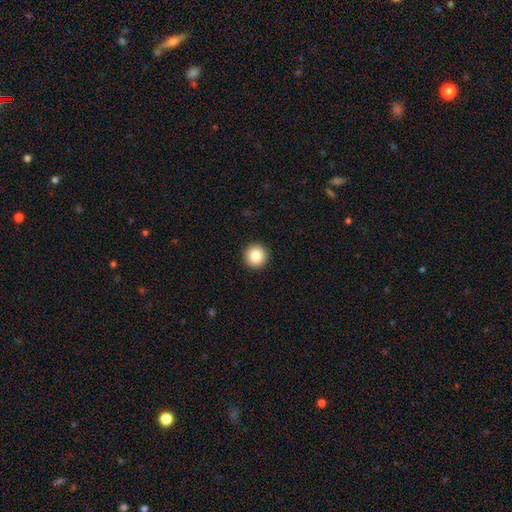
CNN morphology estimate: Smooth or featured? Predicted: smooth (p=0.84). How rounded? Predicted: round (p=0.97). Merging? Predicted: none (p=0.94).